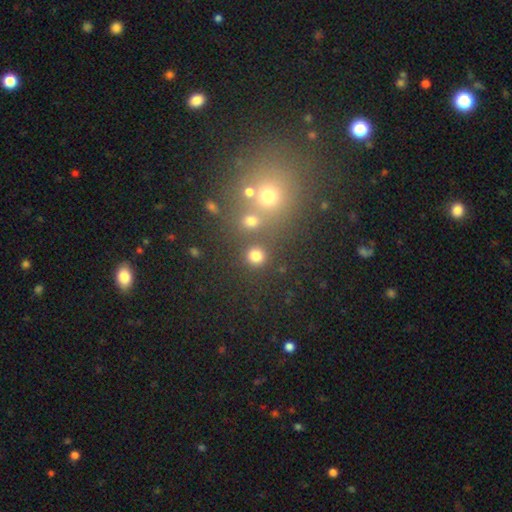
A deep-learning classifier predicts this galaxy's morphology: Smooth or featured?
  - smooth: 78% *
  - star or artifact: 17%
  - featured or disk: 5%
How rounded?
  - round: 91% *
  - in between: 8%
  - cigar-shaped: 1%
Merging?
  - none: 80% *
  - merger: 10%
  - minor disturbance: 6%
  - major disturbance: 4%